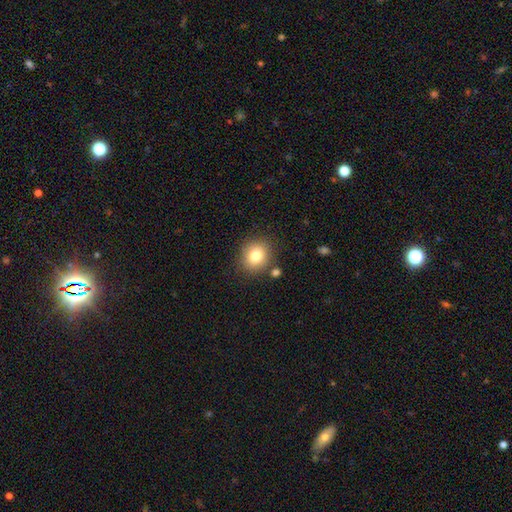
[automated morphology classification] Smooth or featured? Predicted: smooth (p=0.79). How rounded? Predicted: round (p=0.78). Merging? Predicted: none (p=0.82).